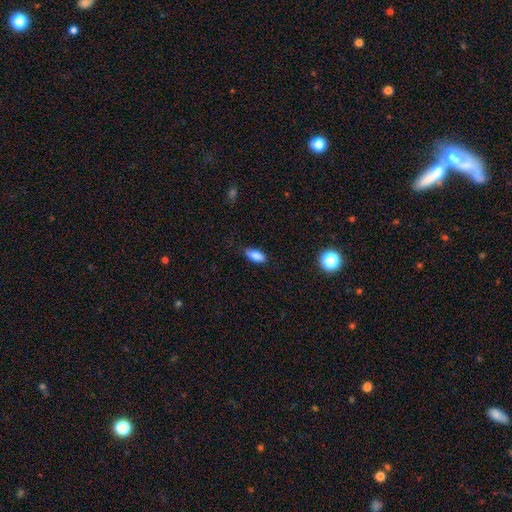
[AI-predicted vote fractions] This is clearly a smooth galaxy (85%). How rounded: clearly in between (82%). Merging: likely none (79%).